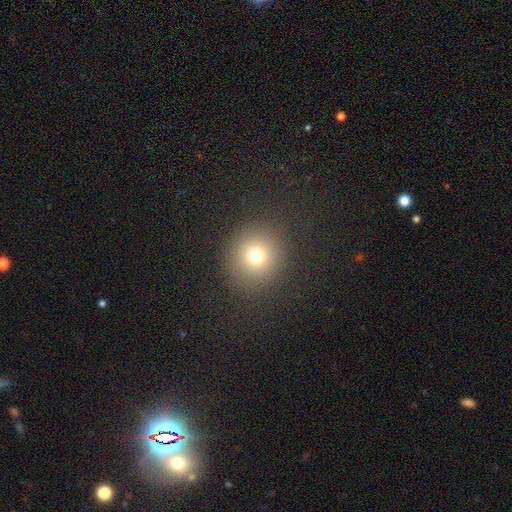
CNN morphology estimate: This is likely a smooth galaxy (74%). How rounded: clearly round (89%). Merging: clearly none (88%).